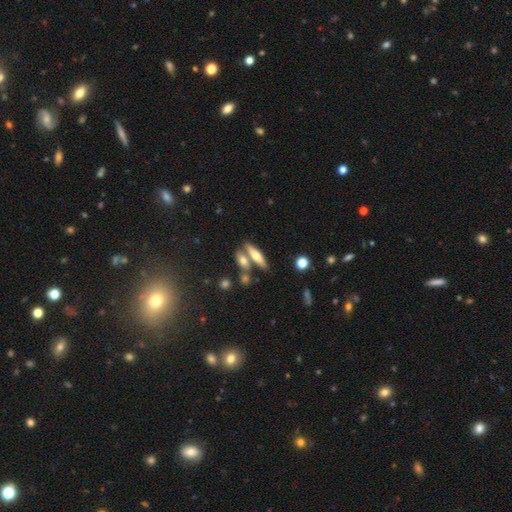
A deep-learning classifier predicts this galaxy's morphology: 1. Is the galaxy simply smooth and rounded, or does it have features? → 53% smooth, 39% featured or disk, 8% star or artifact.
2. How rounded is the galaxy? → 62% cigar-shaped, 34% in between, 4% round.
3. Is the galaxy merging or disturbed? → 57% none, 29% merger, 10% minor disturbance, 4% major disturbance.